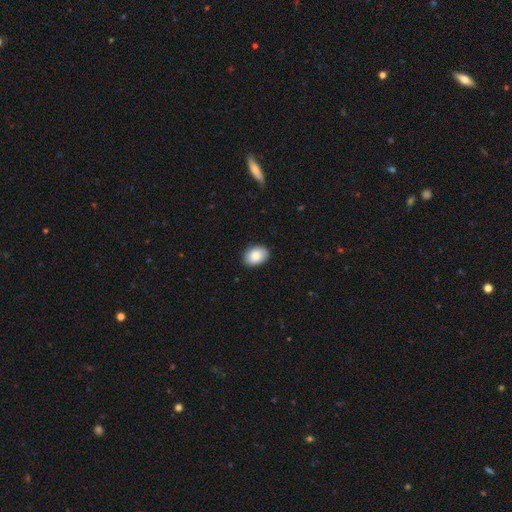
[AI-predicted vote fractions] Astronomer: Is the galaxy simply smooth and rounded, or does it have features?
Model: smooth — 86%.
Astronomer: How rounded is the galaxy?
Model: in between — 83%.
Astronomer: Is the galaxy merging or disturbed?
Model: none — 89%.